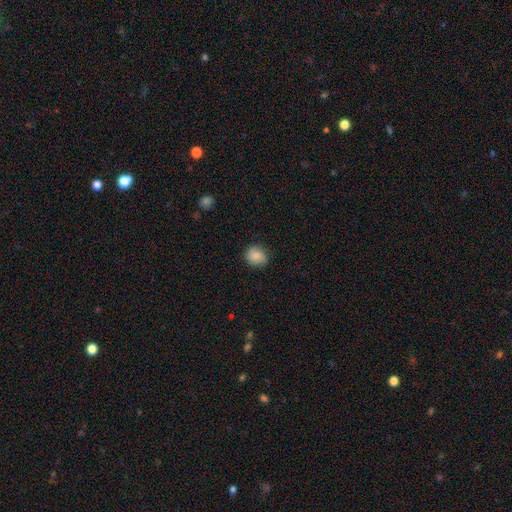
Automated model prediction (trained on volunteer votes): The model was most divided on "how rounded": round: 74%, in between: 25%, cigar-shaped: 1%. More confident: merging — none (82%); smooth or featured — smooth (80%).